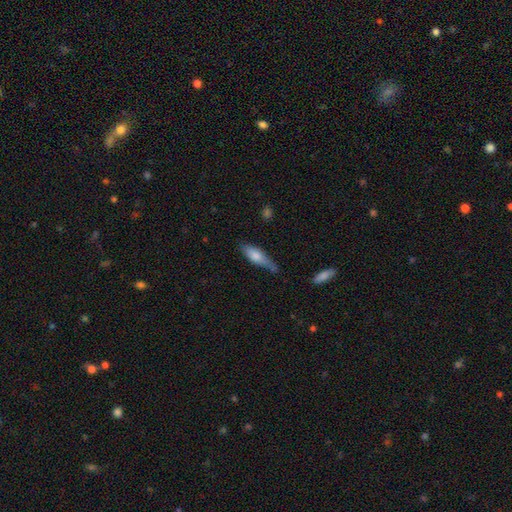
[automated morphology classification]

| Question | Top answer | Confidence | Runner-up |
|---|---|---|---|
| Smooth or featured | smooth | 70% | featured or disk (24%) |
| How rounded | cigar-shaped | 53% | in between (45%) |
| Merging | none | 53% | minor disturbance (34%) |